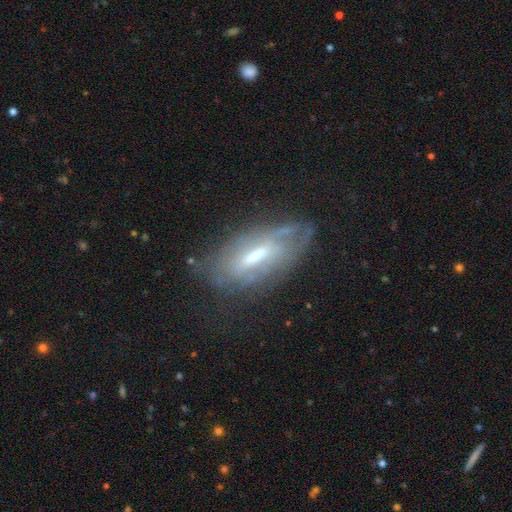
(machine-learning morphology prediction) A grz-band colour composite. It shows a featured or disk galaxy (65%). Merging: none (54%).